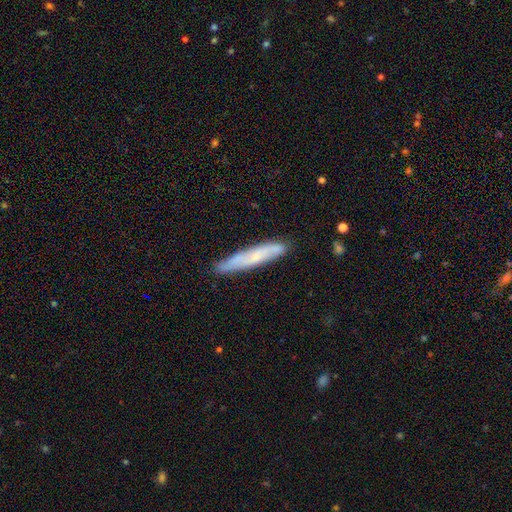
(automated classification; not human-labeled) Smooth or featured? smooth (51%)
How rounded? cigar-shaped (92%)
Merging? none (84%)